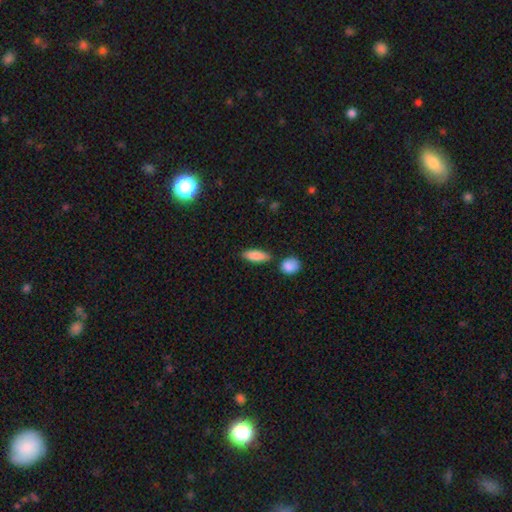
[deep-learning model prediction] A smooth galaxy with no disk features (86%) that is in between round and cigar-shaped (66%).

Vote fractions:
- Smooth or featured? smooth: 86% / featured or disk: 7% / star or artifact: 7%
- How rounded? in between: 66% / cigar-shaped: 31% / round: 3%
- Merging? none: 77% / minor disturbance: 12% / merger: 8% / major disturbance: 3%